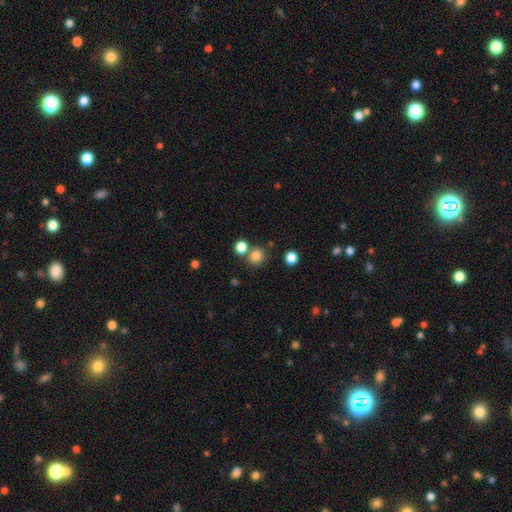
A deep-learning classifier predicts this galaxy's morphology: A smooth galaxy with no disk features (82%) that is round (87%). Merging: none (72%).